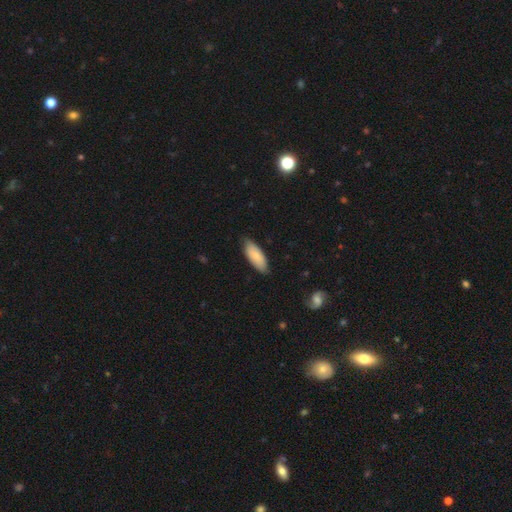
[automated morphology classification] smooth-or-featured: smooth: 80% | featured or disk: 14% | star or artifact: 6%
  how-rounded: in between: 79% | cigar-shaped: 19% | round: 2%
  merging: none: 81% | minor disturbance: 16% | major disturbance: 2% | merger: 1%